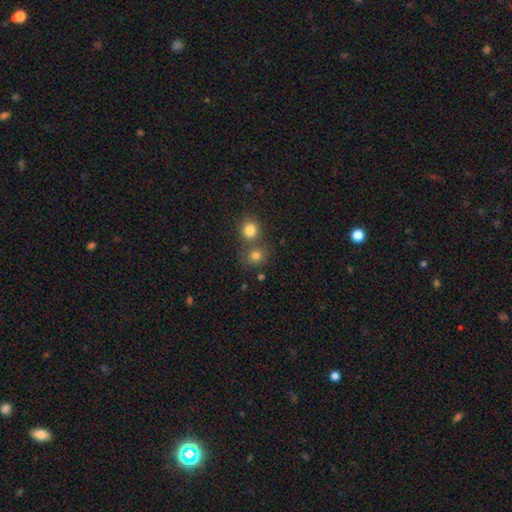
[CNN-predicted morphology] Smooth or featured?
  - smooth: 78% *
  - star or artifact: 14%
  - featured or disk: 8%
How rounded?
  - round: 81% *
  - in between: 18%
  - cigar-shaped: 1%
Merging?
  - none: 54% *
  - merger: 36%
  - minor disturbance: 7%
  - major disturbance: 3%